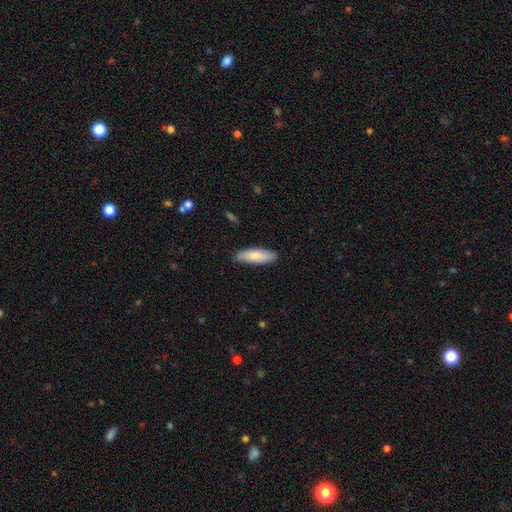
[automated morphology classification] smooth-or-featured: smooth: 82% | featured or disk: 13% | star or artifact: 5%
  how-rounded: in between: 50% | cigar-shaped: 49% | round: 1%
  merging: none: 88% | minor disturbance: 9% | major disturbance: 2% | merger: 1%